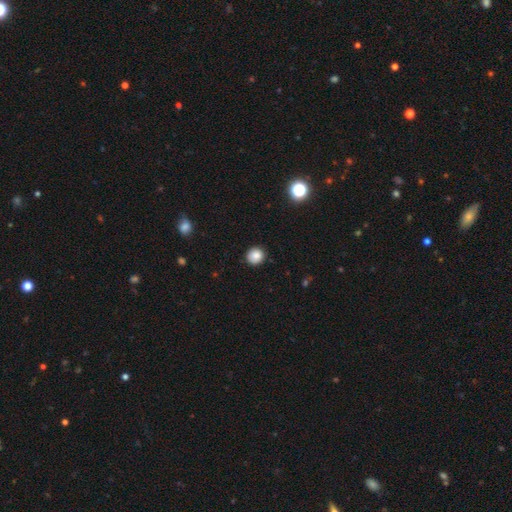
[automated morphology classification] type=smooth (85%); roundness=round (89%); merging=none (88%).